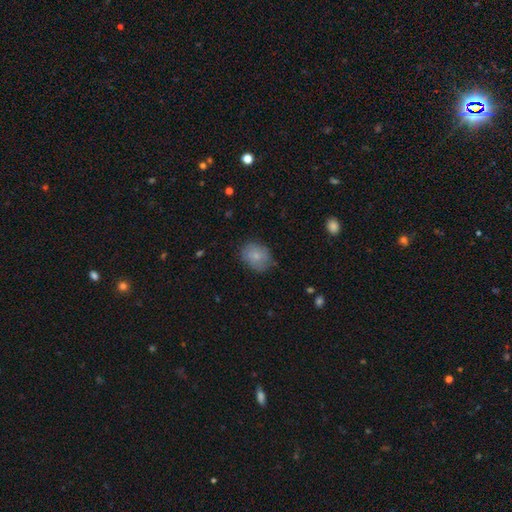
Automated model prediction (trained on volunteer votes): A smooth galaxy with no disk features (78%) that is in between round and cigar-shaped (53%).

Vote fractions:
- Smooth or featured? smooth: 78% / featured or disk: 14% / star or artifact: 8%
- How rounded? in between: 53% / round: 46% / cigar-shaped: 1%
- Merging? none: 70% / minor disturbance: 23% / major disturbance: 6% / merger: 1%